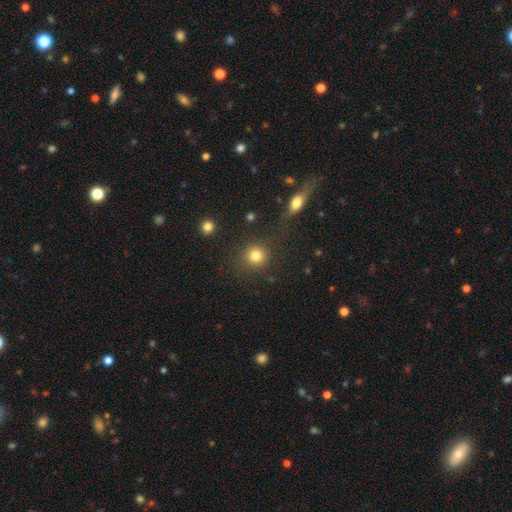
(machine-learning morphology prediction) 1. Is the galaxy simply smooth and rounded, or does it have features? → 83% smooth, 11% star or artifact, 6% featured or disk.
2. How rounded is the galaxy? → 91% round, 8% in between, 1% cigar-shaped.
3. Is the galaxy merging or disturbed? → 83% none, 8% minor disturbance, 5% merger, 4% major disturbance.